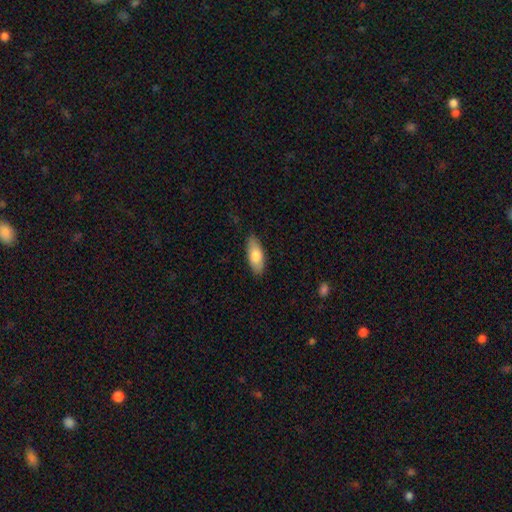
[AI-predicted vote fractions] The model was most divided on "how rounded": in between: 79%, cigar-shaped: 19%, round: 2%. More confident: merging — none (87%); smooth or featured — smooth (78%).